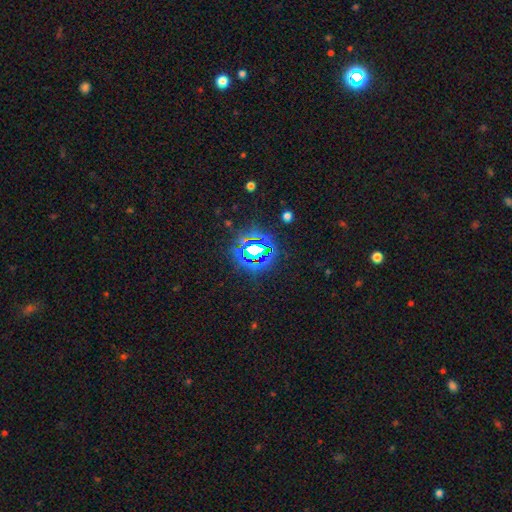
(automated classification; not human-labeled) Smooth or featured: star or artifact — 76% (smooth — 14%)